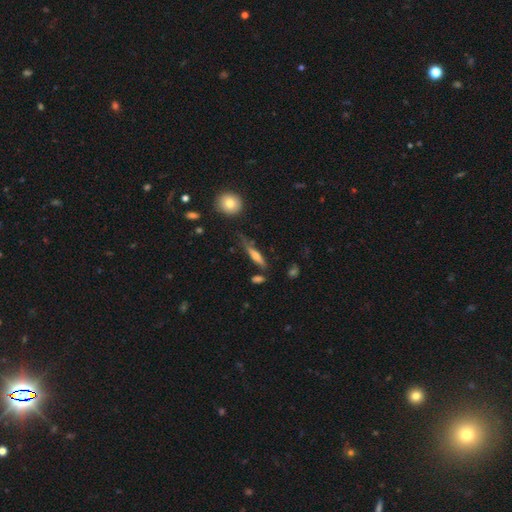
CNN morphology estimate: type=smooth (53%); roundness=cigar-shaped (78%); merging=none (63%).